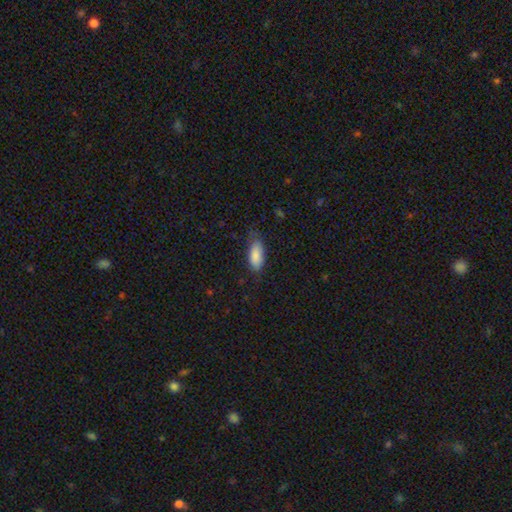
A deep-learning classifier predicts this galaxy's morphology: smooth-or-featured: smooth: 87% | featured or disk: 7% | star or artifact: 6%
  how-rounded: in between: 85% | cigar-shaped: 13% | round: 2%
  merging: none: 66% | minor disturbance: 26% | major disturbance: 6% | merger: 1%